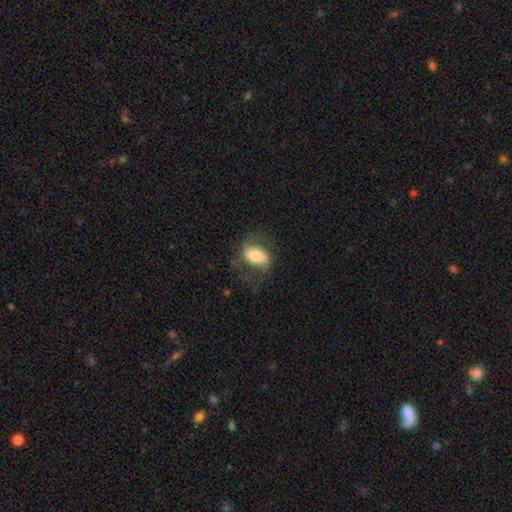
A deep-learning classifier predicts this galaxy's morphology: The model was most divided on "smooth or featured": featured or disk: 47%, smooth: 46%, star or artifact: 7%. More confident: merging — none (59%).